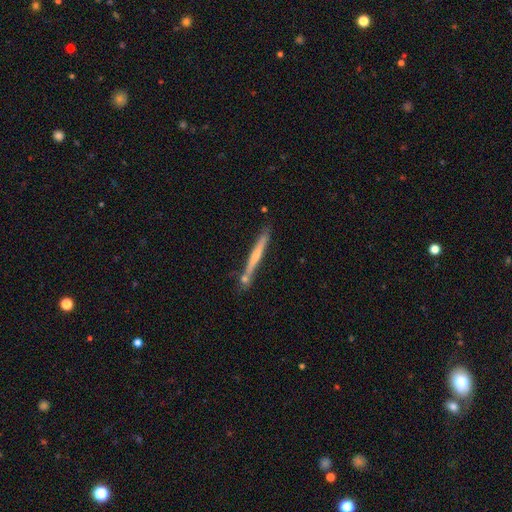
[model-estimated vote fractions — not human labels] Smooth or featured?
  - featured or disk: 50% *
  - smooth: 44%
  - star or artifact: 6%
Edge-on disk?
  - yes: 95% *
  - no: 5%
Merging?
  - none: 72% *
  - minor disturbance: 13%
  - merger: 12%
  - major disturbance: 3%